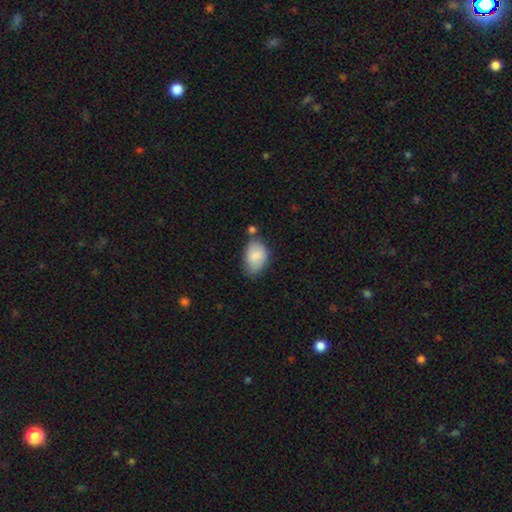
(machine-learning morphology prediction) A smooth galaxy with no disk features (80%) that is in between round and cigar-shaped (87%). Merging: none (49%).